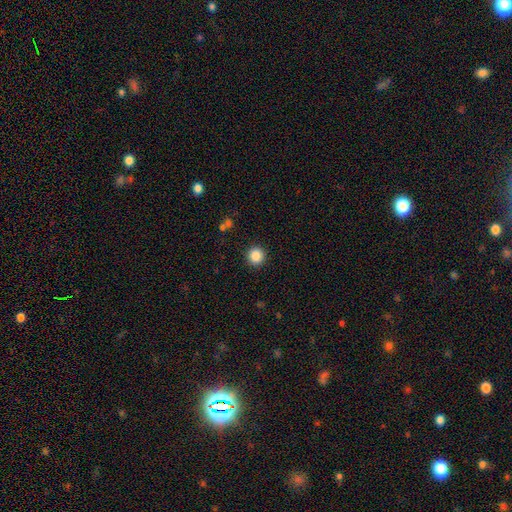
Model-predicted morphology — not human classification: Smooth or featured?
  - smooth: 86% *
  - star or artifact: 10%
  - featured or disk: 4%
How rounded?
  - round: 95% *
  - in between: 5%
  - cigar-shaped: 1%
Merging?
  - none: 92% *
  - minor disturbance: 5%
  - major disturbance: 2%
  - merger: 1%